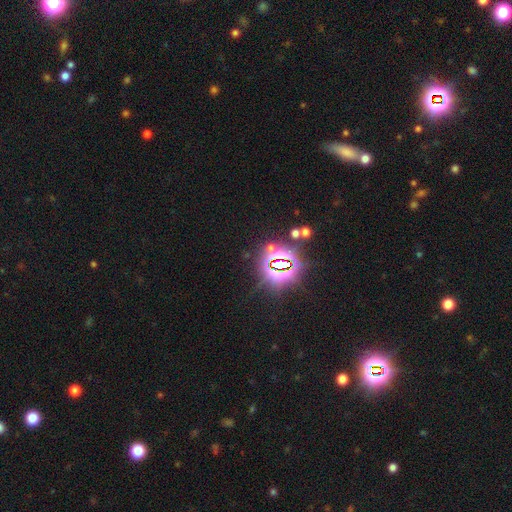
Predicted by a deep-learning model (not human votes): smooth_or_featured: star or artifact (p=0.82) [alt: smooth p=0.11]